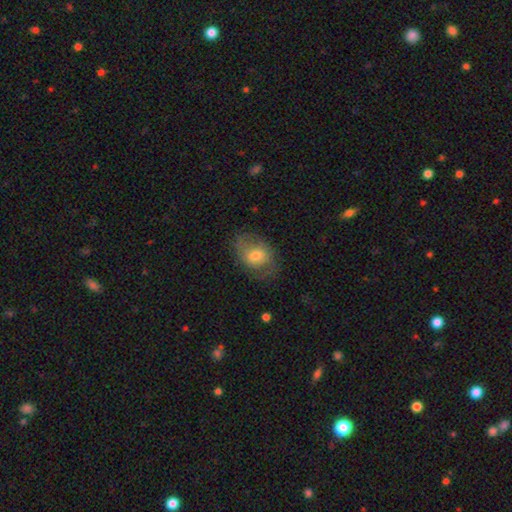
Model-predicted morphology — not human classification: smooth-or-featured: smooth: 54% | featured or disk: 38% | star or artifact: 8%
  how-rounded: in between: 66% | round: 33% | cigar-shaped: 1%
  merging: none: 61% | minor disturbance: 23% | major disturbance: 14% | merger: 1%